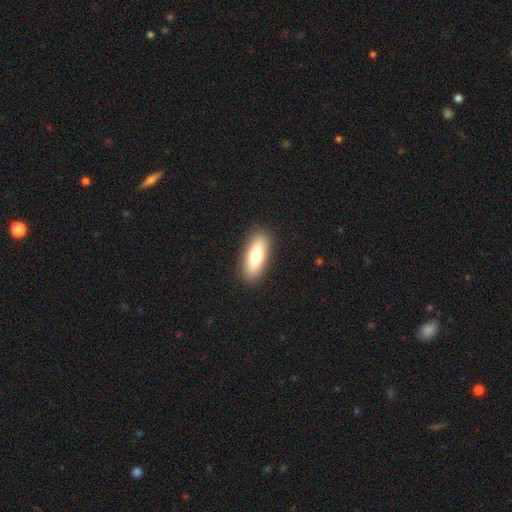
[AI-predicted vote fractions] Smooth or featured? smooth (75%)
How rounded? in between (66%)
Merging? none (90%)